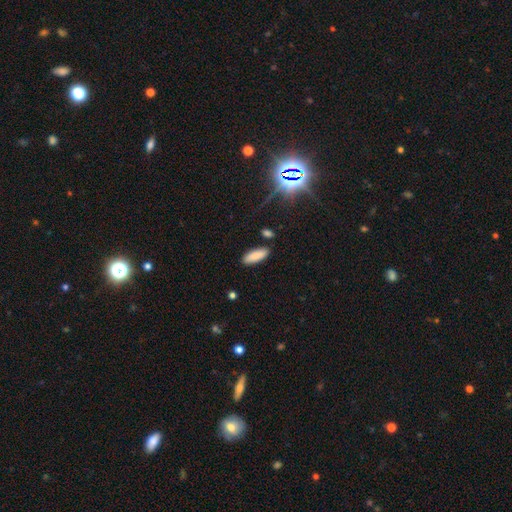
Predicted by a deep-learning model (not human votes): Q: Smooth or featured?
A: smooth (86%); runner-up: star or artifact (8%)
Q: How rounded?
A: in between (64%); runner-up: cigar-shaped (34%)
Q: Merging?
A: none (87%); runner-up: minor disturbance (9%)